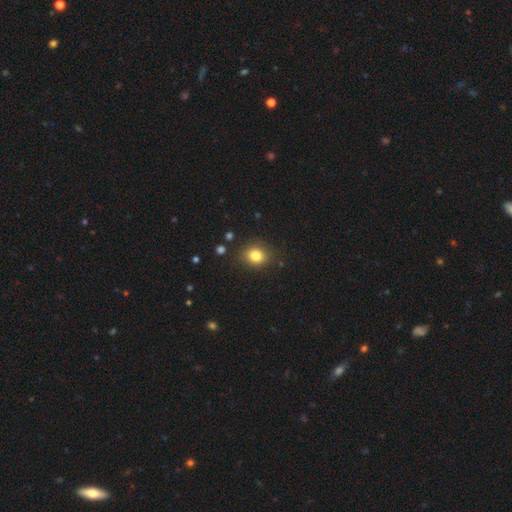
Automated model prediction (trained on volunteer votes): The model was most divided on "how rounded": round: 58%, in between: 41%, cigar-shaped: 1%. More confident: merging — none (82%); smooth or featured — smooth (82%).